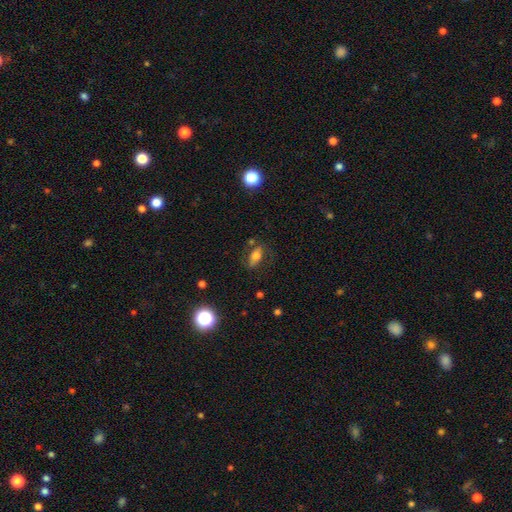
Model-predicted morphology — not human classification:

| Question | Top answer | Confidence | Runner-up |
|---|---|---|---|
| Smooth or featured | smooth | 64% | featured or disk (25%) |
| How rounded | in between | 80% | cigar-shaped (12%) |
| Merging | none | 69% | minor disturbance (19%) |